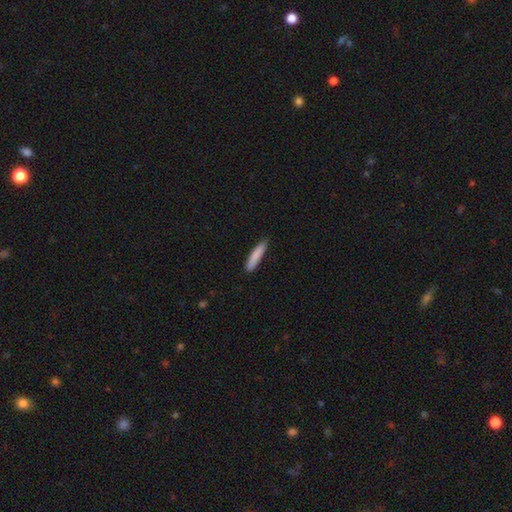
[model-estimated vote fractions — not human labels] Q: Smooth or featured?
A: smooth (85%); runner-up: featured or disk (9%)
Q: How rounded?
A: cigar-shaped (89%); runner-up: in between (10%)
Q: Merging?
A: none (86%); runner-up: minor disturbance (11%)